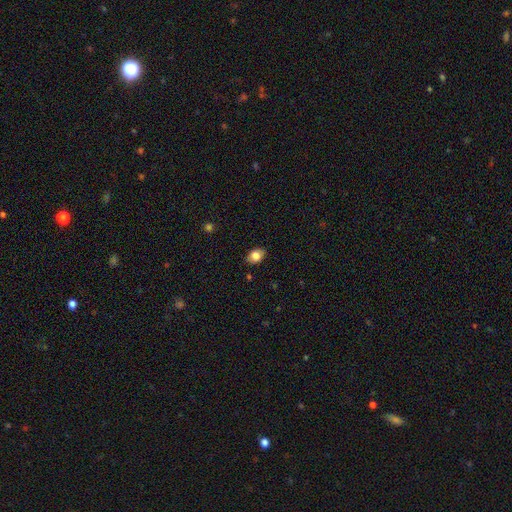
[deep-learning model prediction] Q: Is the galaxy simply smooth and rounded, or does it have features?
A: smooth — 81%.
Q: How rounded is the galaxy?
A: in between — 80%.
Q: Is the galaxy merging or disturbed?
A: none — 85%.